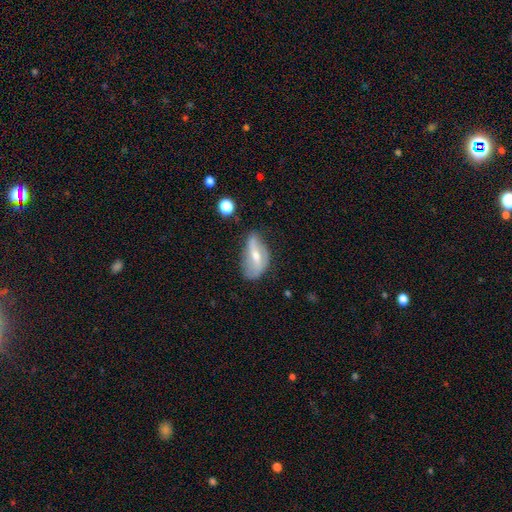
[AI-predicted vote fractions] Smooth or featured? Predicted: featured or disk (p=0.52). Edge-on disk? Predicted: no (p=0.85). Merging? Predicted: none (p=0.43).